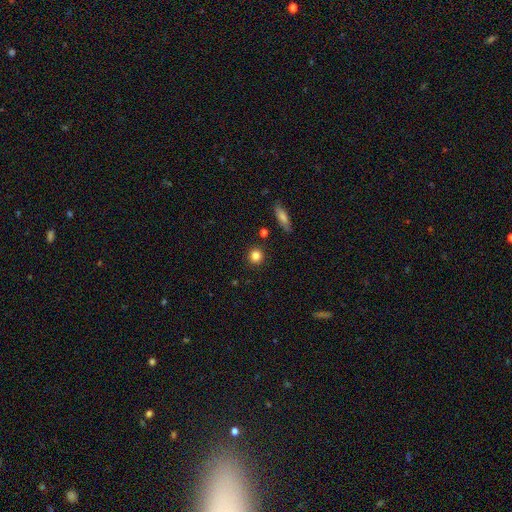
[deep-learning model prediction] This appears to be a smooth galaxy with no disk features (84%) that is round (90%). Merging: none (89%).